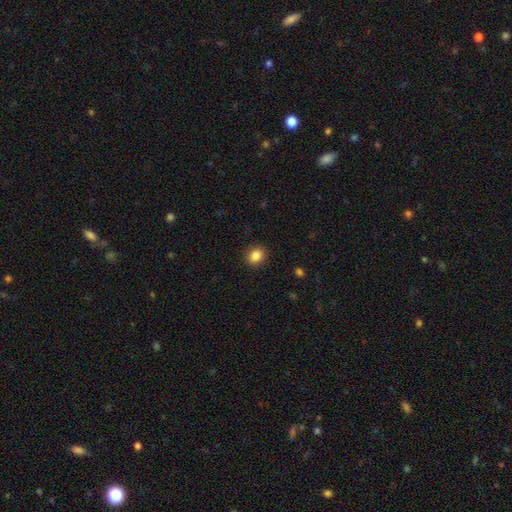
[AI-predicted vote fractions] This appears to be a smooth galaxy with no disk features (85%) that is round (68%). Merging: none (90%).